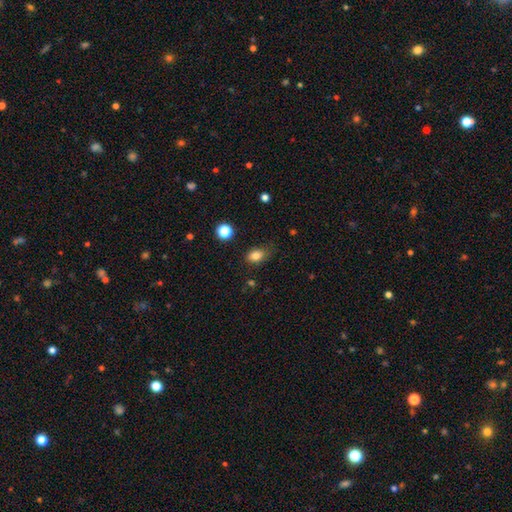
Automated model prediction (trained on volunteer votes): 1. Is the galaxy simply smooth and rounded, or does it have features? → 83% smooth, 11% star or artifact, 6% featured or disk.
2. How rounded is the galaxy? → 75% in between, 23% round, 2% cigar-shaped.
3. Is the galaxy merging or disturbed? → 70% none, 23% minor disturbance, 5% major disturbance, 2% merger.